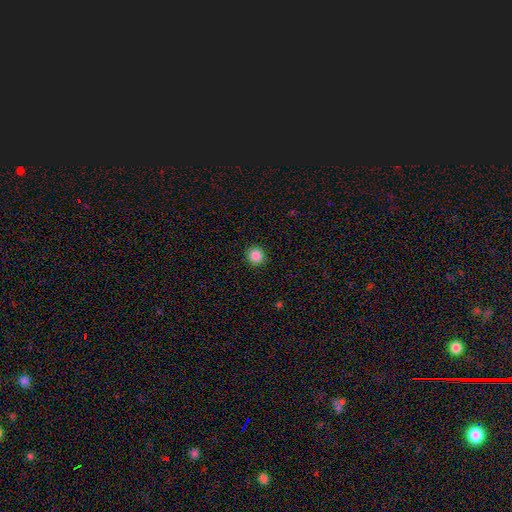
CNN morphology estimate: The model was most divided on "smooth or featured": smooth: 87%, star or artifact: 10%, featured or disk: 3%. More confident: merging — none (91%); how rounded — round (89%).